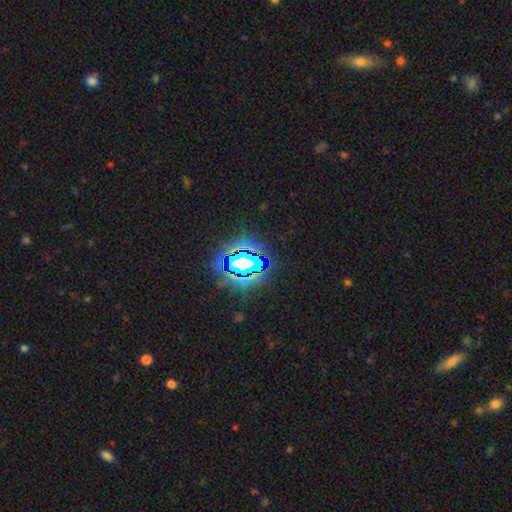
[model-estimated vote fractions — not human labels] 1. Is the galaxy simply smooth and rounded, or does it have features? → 82% star or artifact, 11% smooth, 7% featured or disk.